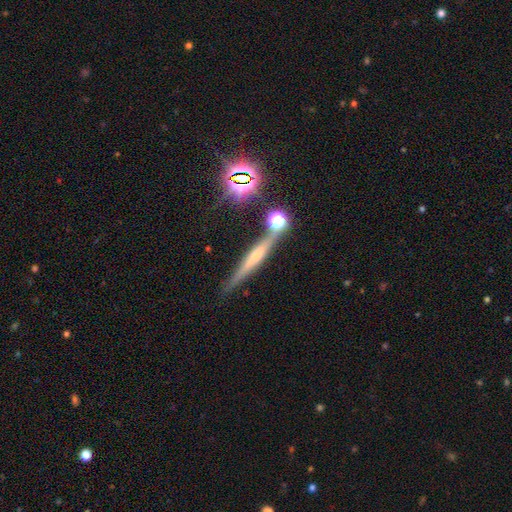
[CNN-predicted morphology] This is possibly a featured or disk galaxy (54%). It is clearly viewed edge-on (94%). Edge-on bulge: possibly rounded (46%). Merging: likely none (76%).